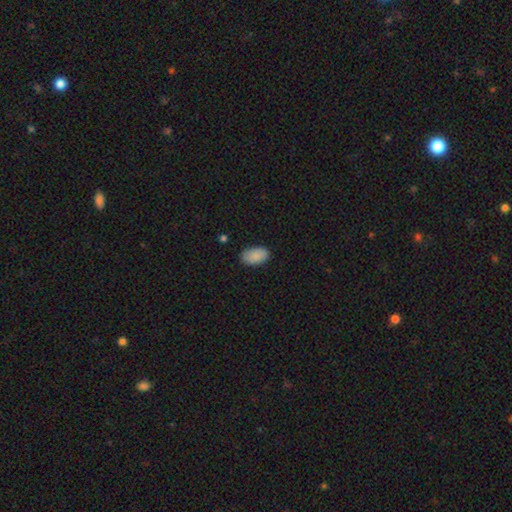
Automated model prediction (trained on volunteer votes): Smooth or featured? smooth (89%)
How rounded? in between (94%)
Merging? none (84%)